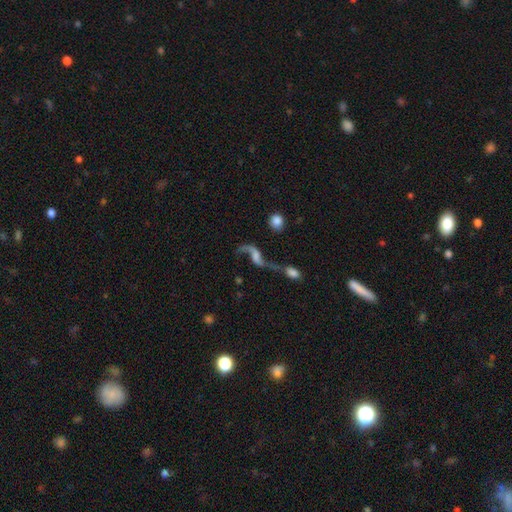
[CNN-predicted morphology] Smooth or featured? Predicted: featured or disk (p=0.79). Edge-on disk? Predicted: no (p=0.93). Bar? Predicted: no (p=0.48). Spiral arms? Predicted: yes (p=0.90). Spiral winding? Predicted: loose (p=0.92). Spiral arm count? Predicted: 2 (p=0.85). Bulge size? Predicted: none (p=0.34). Merging? Predicted: merger (p=0.44).